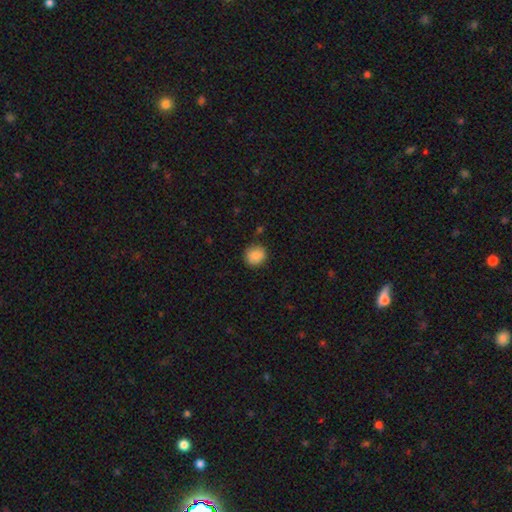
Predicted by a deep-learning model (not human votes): The model was most divided on "how rounded": round: 83%, in between: 16%, cigar-shaped: 1%. More confident: smooth or featured — smooth (88%); merging — none (82%).